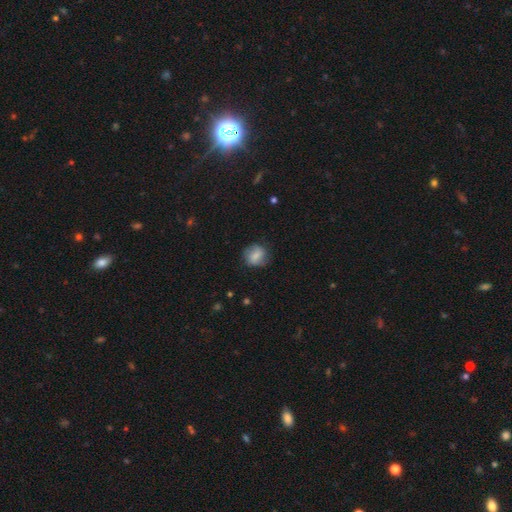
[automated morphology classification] Overall: smooth (67%). How rounded: round (74%). Merging: none (76%).